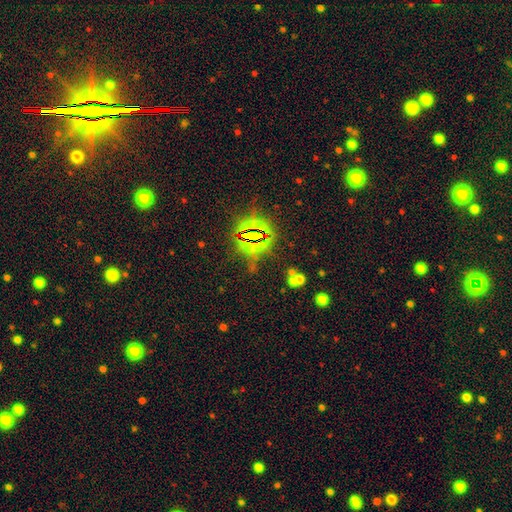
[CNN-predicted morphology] A star or artifact, not a galaxy (78%).